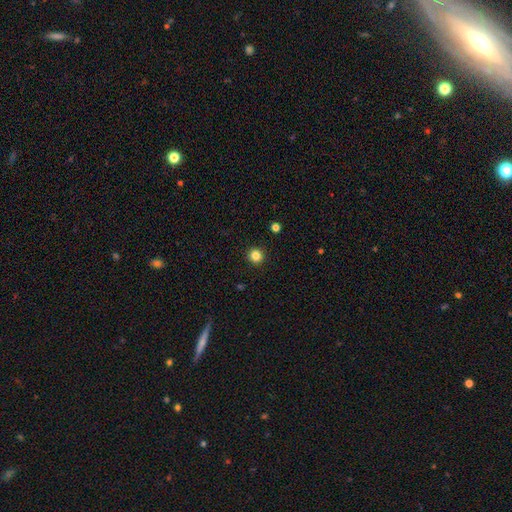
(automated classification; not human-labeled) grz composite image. It shows a smooth galaxy with no disk features (84%) that is round (93%). Merging: none (93%).